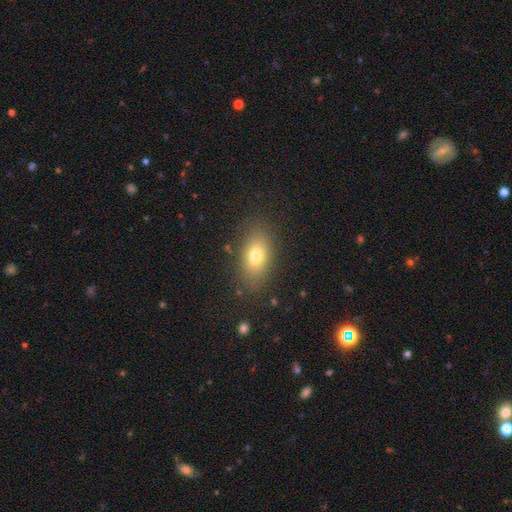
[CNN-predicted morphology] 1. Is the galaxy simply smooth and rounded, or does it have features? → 74% smooth, 15% featured or disk, 11% star or artifact.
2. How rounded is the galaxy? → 85% in between, 10% round, 5% cigar-shaped.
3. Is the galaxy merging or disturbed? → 83% none, 11% minor disturbance, 4% major disturbance, 2% merger.